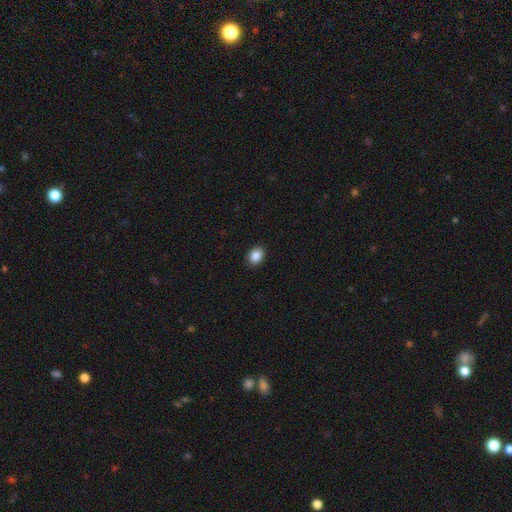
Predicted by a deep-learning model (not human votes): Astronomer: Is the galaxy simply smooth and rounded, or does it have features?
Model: smooth — 88%.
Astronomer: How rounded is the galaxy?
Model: in between — 61% (runner-up: round, 38%).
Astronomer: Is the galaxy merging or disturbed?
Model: none — 91%.